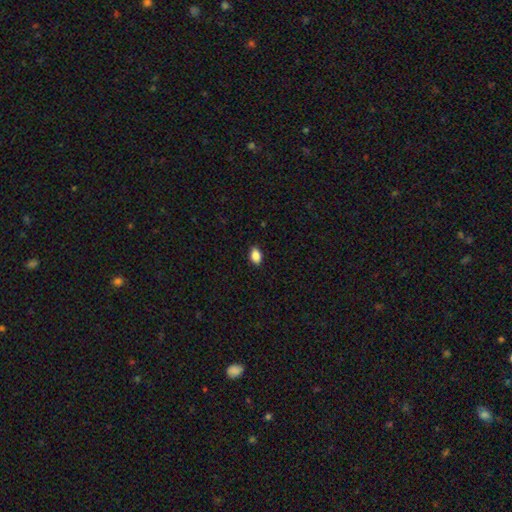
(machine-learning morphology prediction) smooth-or-featured: smooth: 88% | star or artifact: 8% | featured or disk: 3%
  how-rounded: in between: 87% | round: 11% | cigar-shaped: 2%
  merging: none: 88% | minor disturbance: 9% | major disturbance: 2% | merger: 1%